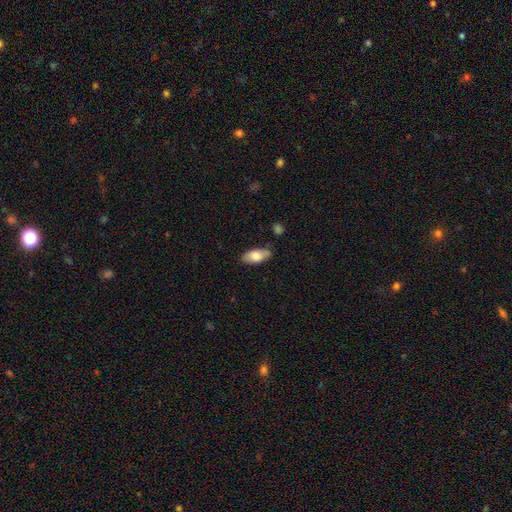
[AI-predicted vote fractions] Smooth or featured? smooth (78%)
How rounded? in between (90%)
Merging? none (79%)